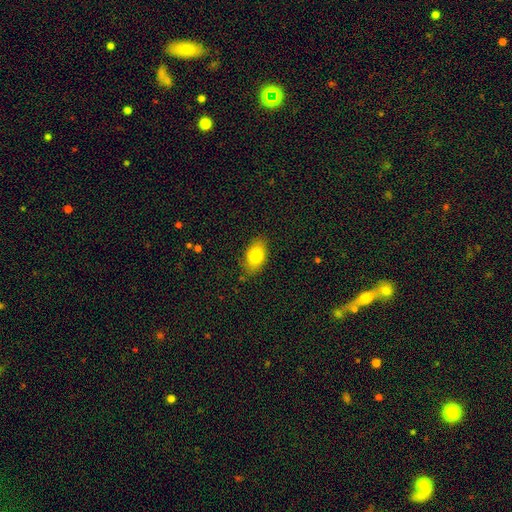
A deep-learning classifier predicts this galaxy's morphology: The model was most divided on "merging": none: 78%, minor disturbance: 16%, major disturbance: 4%, merger: 1%. More confident: how rounded — in between (88%); smooth or featured — smooth (81%).